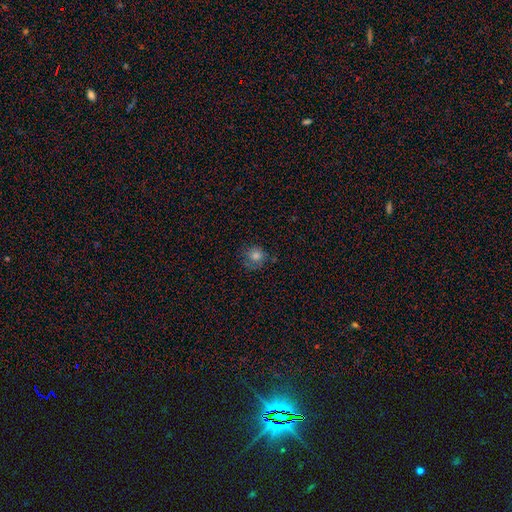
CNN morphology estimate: smooth 72%, star or artifact 14%, featured or disk 14%. Down the decision tree: how rounded — round (87%); merging — none (68%).